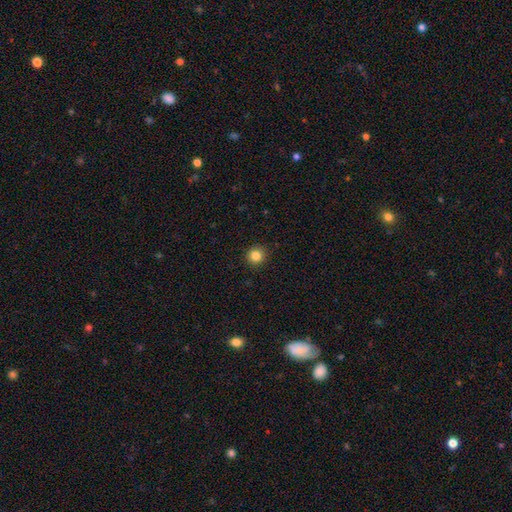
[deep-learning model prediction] Smooth or featured?
  - smooth: 84% *
  - star or artifact: 12%
  - featured or disk: 5%
How rounded?
  - round: 93% *
  - in between: 6%
  - cigar-shaped: 1%
Merging?
  - none: 92% *
  - minor disturbance: 6%
  - major disturbance: 2%
  - merger: 1%